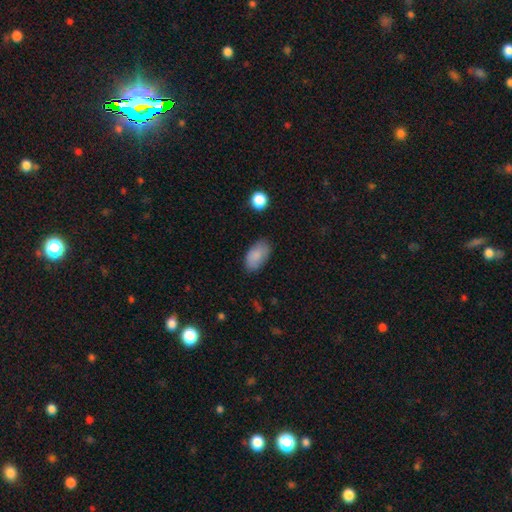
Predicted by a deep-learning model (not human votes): A smooth galaxy with no disk features (85%) that is in between round and cigar-shaped (94%).

Vote fractions:
- Smooth or featured? smooth: 85% / featured or disk: 8% / star or artifact: 7%
- How rounded? in between: 94% / round: 5% / cigar-shaped: 2%
- Merging? none: 77% / minor disturbance: 17% / major disturbance: 4% / merger: 2%